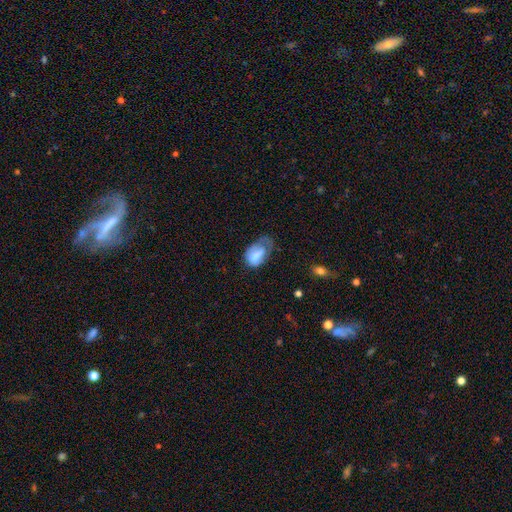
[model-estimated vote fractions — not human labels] Morphology: type=smooth (67%); roundness=in between (89%); merging=major disturbance (38%).